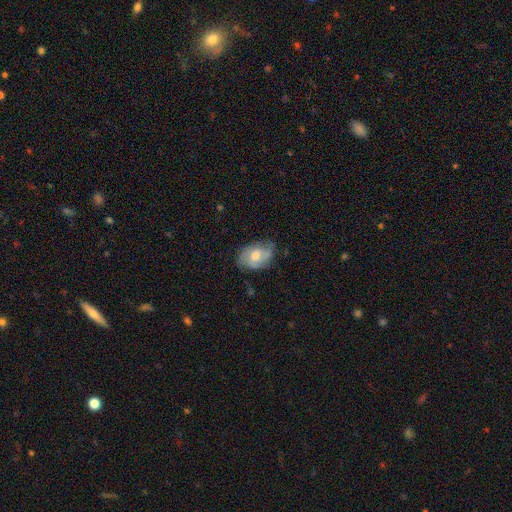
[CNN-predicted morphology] A featured or disk galaxy (51%). Merging: none (65%).